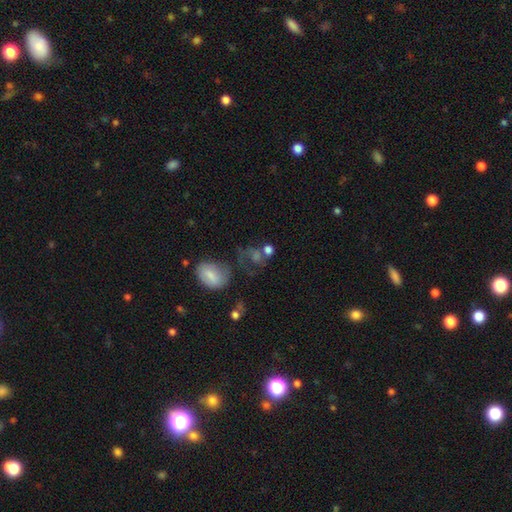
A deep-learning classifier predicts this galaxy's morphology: Smooth or featured? smooth (40%)
Merging? none (41%)